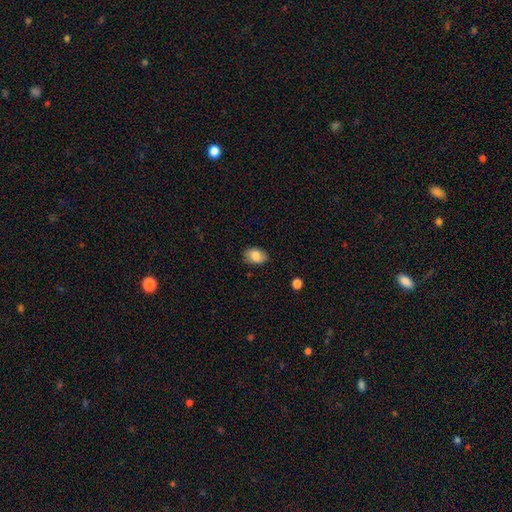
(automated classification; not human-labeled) Overall: smooth (83%). How rounded: in between (81%). Merging: none (83%).